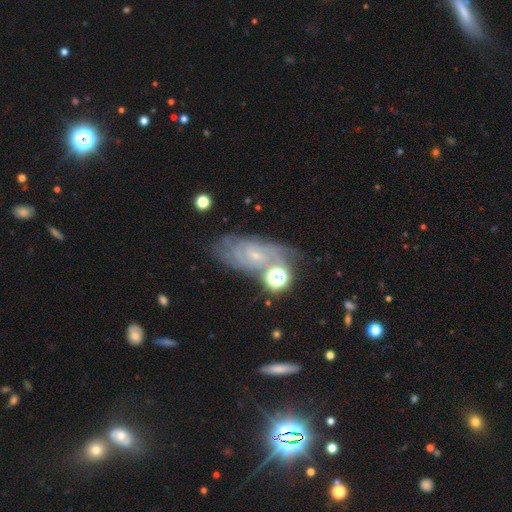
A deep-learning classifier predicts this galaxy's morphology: Smooth or featured: featured or disk — 74% (smooth — 15%)
Edge-on disk: no — 93% (yes — 7%)
Bar: no — 64% (weak — 30%)
Spiral arms: yes — 90% (no — 10%)
Spiral winding: tight — 60% (medium — 31%)
Spiral arm count: can't tell — 45% (2 — 28%)
Bulge size: small — 77% (moderate — 15%)
Merging: none — 59% (minor disturbance — 20%)